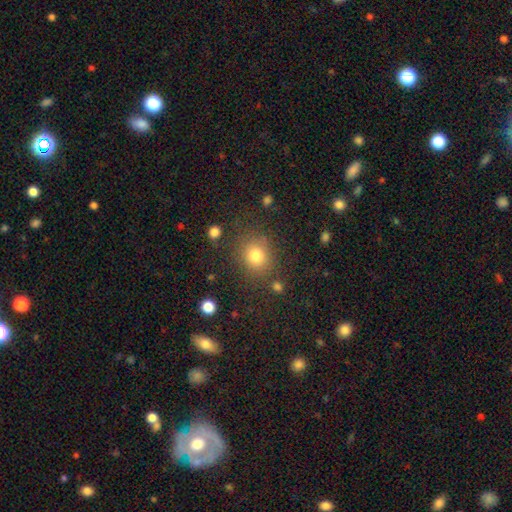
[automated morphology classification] Q: Smooth or featured?
A: smooth (80%); runner-up: star or artifact (13%)
Q: How rounded?
A: round (77%); runner-up: in between (22%)
Q: Merging?
A: none (79%); runner-up: minor disturbance (12%)